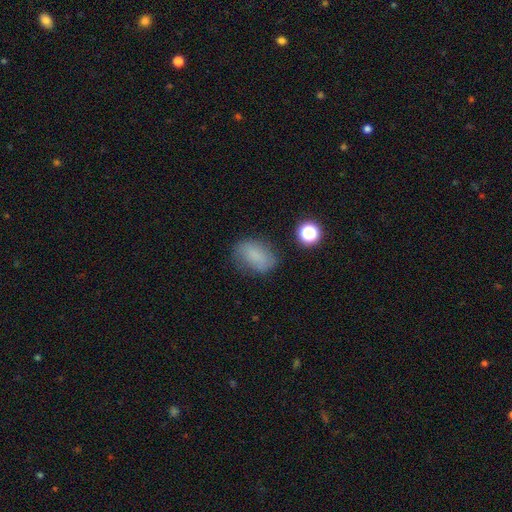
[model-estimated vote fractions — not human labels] A smooth galaxy with no disk features (76%) that is in between round and cigar-shaped (80%). Merging: none (68%).